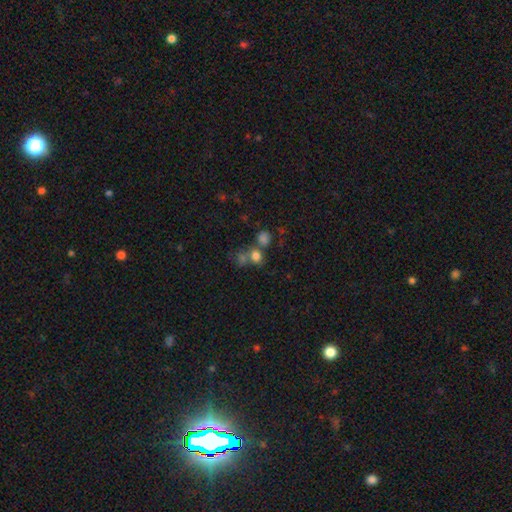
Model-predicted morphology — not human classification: Overall: smooth (73%). How rounded: round (71%). Merging: none (46%; merger 38%).